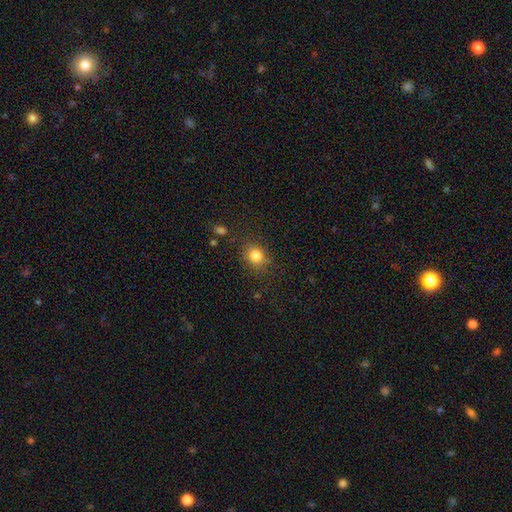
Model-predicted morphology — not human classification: Smooth or featured? smooth (82%)
How rounded? round (70%)
Merging? none (82%)